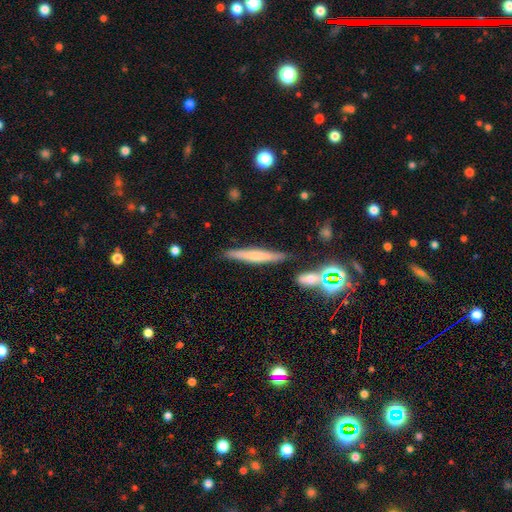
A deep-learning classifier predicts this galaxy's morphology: Smooth or featured: smooth — 54% (featured or disk — 38%)
How rounded: cigar-shaped — 93% (in between — 5%)
Merging: none — 83% (minor disturbance — 11%)